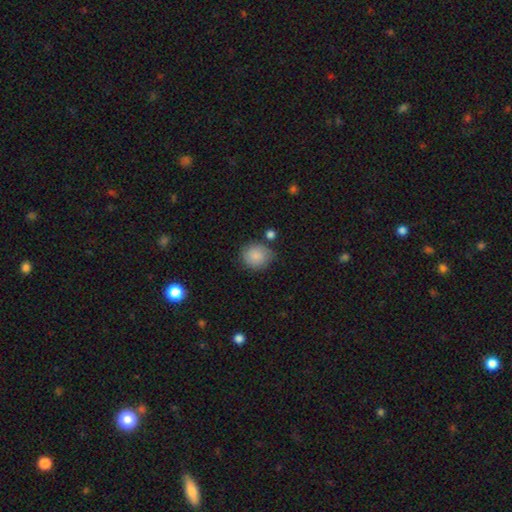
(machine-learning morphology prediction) Smooth or featured?
  - smooth: 84% *
  - featured or disk: 8%
  - star or artifact: 8%
How rounded?
  - round: 78% *
  - in between: 21%
  - cigar-shaped: 1%
Merging?
  - none: 72% *
  - minor disturbance: 17%
  - merger: 6%
  - major disturbance: 4%